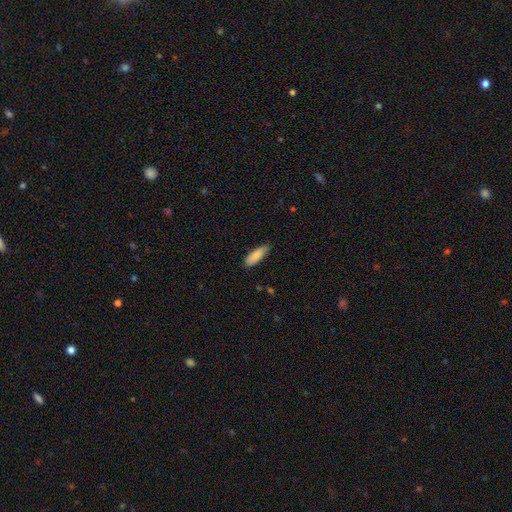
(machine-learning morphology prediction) A smooth galaxy with no disk features (86%) that is in between round and cigar-shaped (62%).

Vote fractions:
- Smooth or featured? smooth: 86% / featured or disk: 8% / star or artifact: 6%
- How rounded? in between: 62% / cigar-shaped: 36% / round: 2%
- Merging? none: 80% / minor disturbance: 17% / major disturbance: 2% / merger: 1%